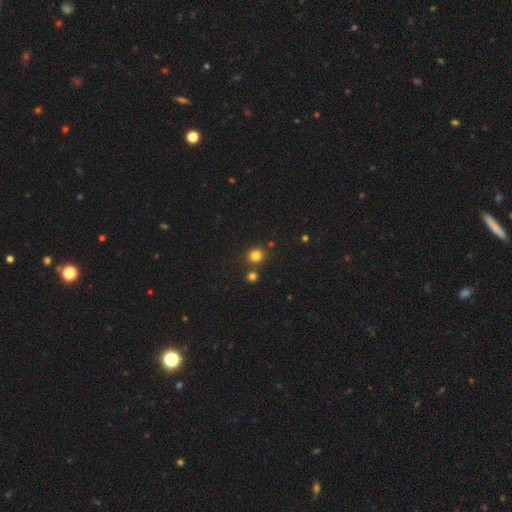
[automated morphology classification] type=smooth (80%); roundness=round (89%); merging=none (78%).